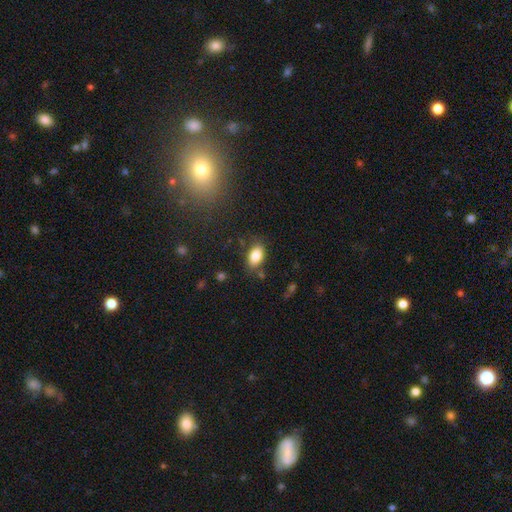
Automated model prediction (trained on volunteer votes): Overall: smooth (84%). How rounded: in between (90%). Merging: none (78%).